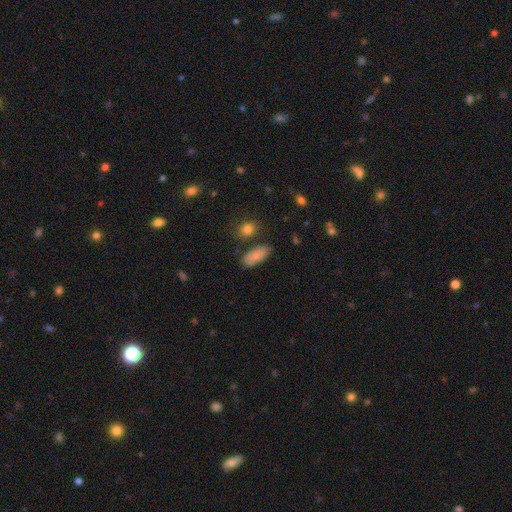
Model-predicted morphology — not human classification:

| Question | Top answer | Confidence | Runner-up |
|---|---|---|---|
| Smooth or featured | smooth | 83% | featured or disk (10%) |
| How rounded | in between | 86% | cigar-shaped (10%) |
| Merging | none | 74% | minor disturbance (16%) |